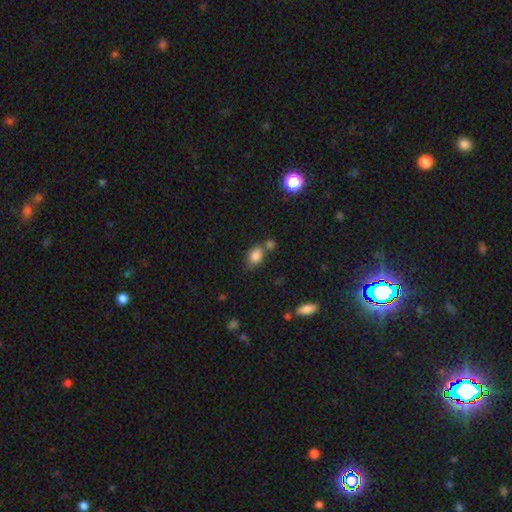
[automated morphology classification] type=smooth (83%); roundness=in between (79%); merging=none (52%).